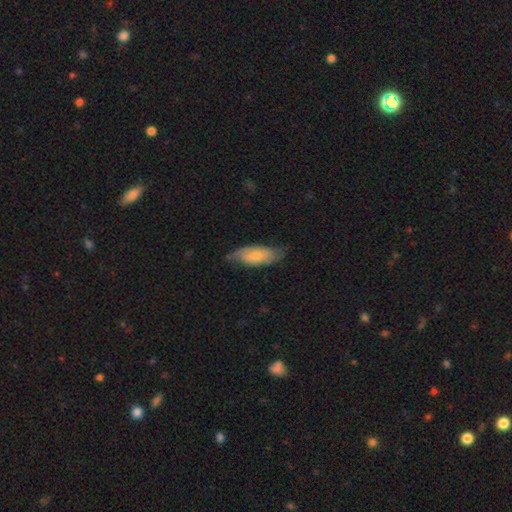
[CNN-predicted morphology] A smooth galaxy with no disk features (54%) that is in between round and cigar-shaped (81%).

Vote fractions:
- Smooth or featured? smooth: 54% / featured or disk: 40% / star or artifact: 6%
- How rounded? in between: 81% / cigar-shaped: 17% / round: 2%
- Merging? none: 59% / minor disturbance: 31% / major disturbance: 9% / merger: 2%